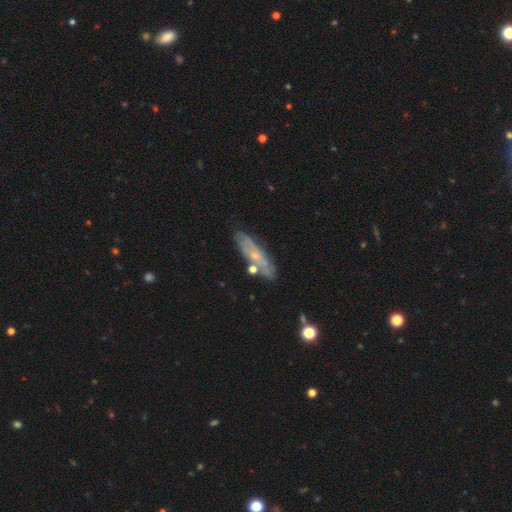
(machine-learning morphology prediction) smooth_or_featured: featured or disk (p=0.54) [alt: smooth p=0.39]
disk_edge_on: no (p=0.62) [alt: yes p=0.38]
merging: none (p=0.72) [alt: minor disturbance p=0.17]